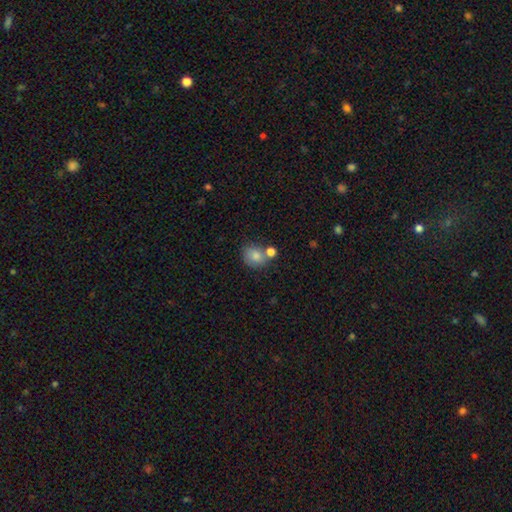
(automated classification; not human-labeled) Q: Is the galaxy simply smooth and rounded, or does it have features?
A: smooth — 81%.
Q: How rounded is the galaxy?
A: round — 55%.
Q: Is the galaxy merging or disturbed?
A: none — 50%.